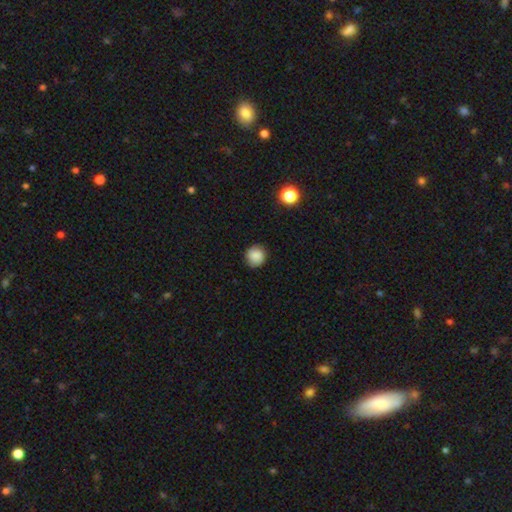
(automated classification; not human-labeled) Smooth or featured: smooth — 83% (star or artifact — 9%)
How rounded: round — 90% (in between — 9%)
Merging: none — 87% (minor disturbance — 10%)